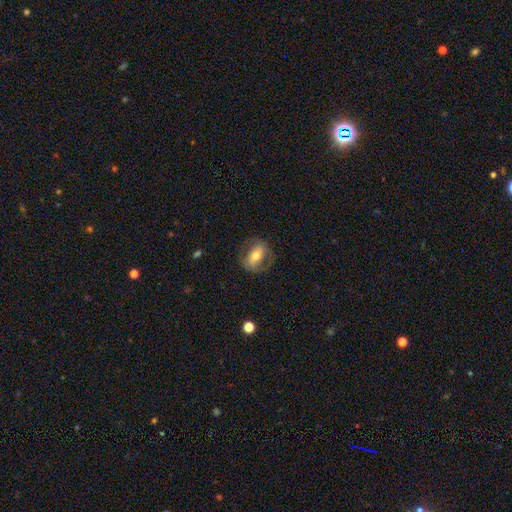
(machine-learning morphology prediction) smooth 49%, featured or disk 43%, star or artifact 8%. Down the decision tree: merging — none (71%).